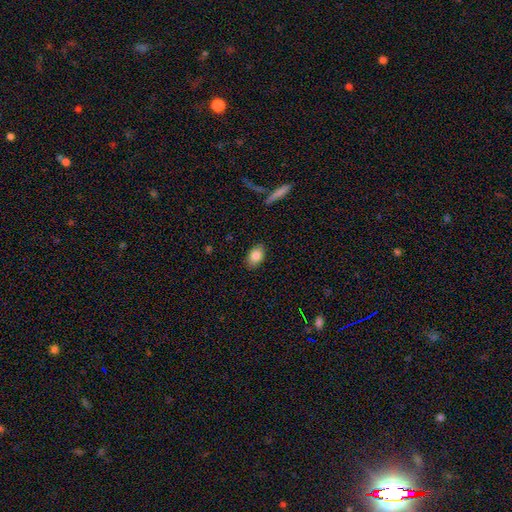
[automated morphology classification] smooth 84%, featured or disk 9%, star or artifact 8%. Down the decision tree: how rounded — in between (86%); merging — none (86%).